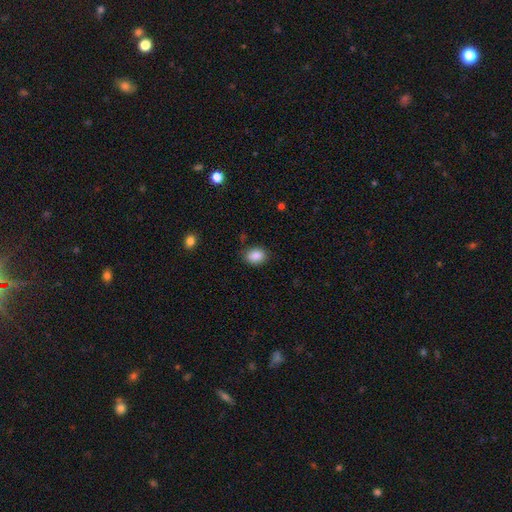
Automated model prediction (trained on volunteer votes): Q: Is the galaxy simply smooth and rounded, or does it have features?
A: smooth — 88%.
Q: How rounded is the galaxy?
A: in between — 64%.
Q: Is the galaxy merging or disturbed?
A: none — 84%.